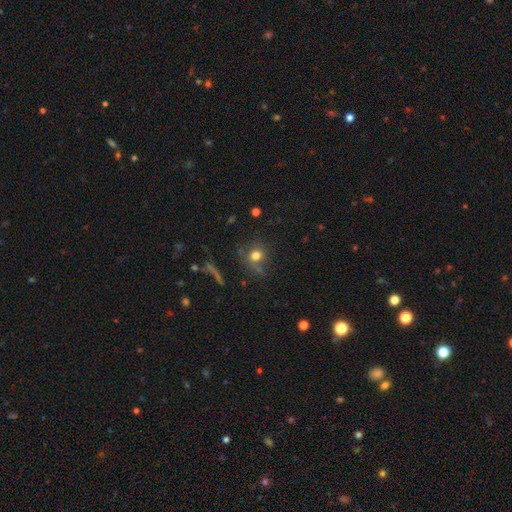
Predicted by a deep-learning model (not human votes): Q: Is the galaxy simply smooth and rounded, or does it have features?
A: smooth — 75%.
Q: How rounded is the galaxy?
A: round — 85%.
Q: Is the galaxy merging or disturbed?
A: none — 69%.